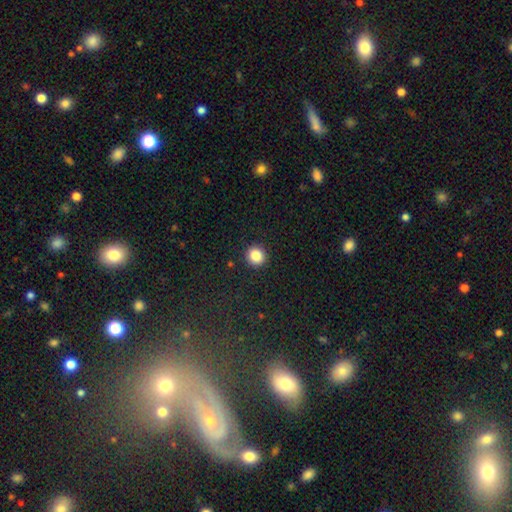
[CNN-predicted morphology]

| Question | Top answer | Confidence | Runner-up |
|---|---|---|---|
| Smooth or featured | smooth | 85% | star or artifact (10%) |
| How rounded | round | 91% | in between (8%) |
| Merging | none | 92% | minor disturbance (5%) |